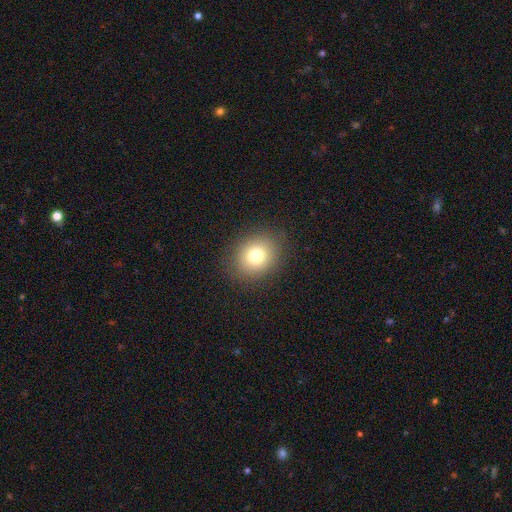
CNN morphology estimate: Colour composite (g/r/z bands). It shows a smooth galaxy with no disk features (77%) that is round (64%). Merging: none (87%).